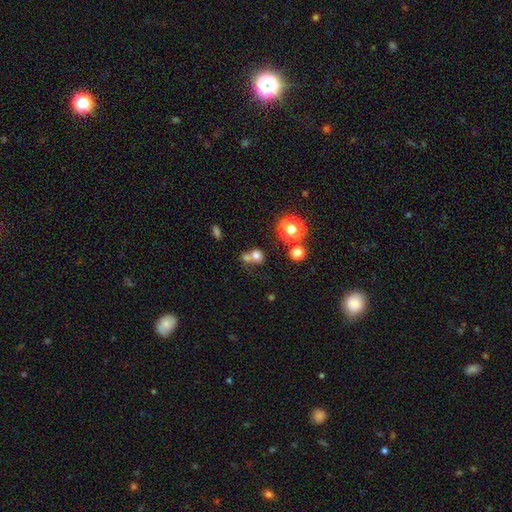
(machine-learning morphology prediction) Q: Smooth or featured?
A: smooth (72%); runner-up: star or artifact (18%)
Q: How rounded?
A: round (73%); runner-up: in between (26%)
Q: Merging?
A: merger (43%); tied with: none (43%)